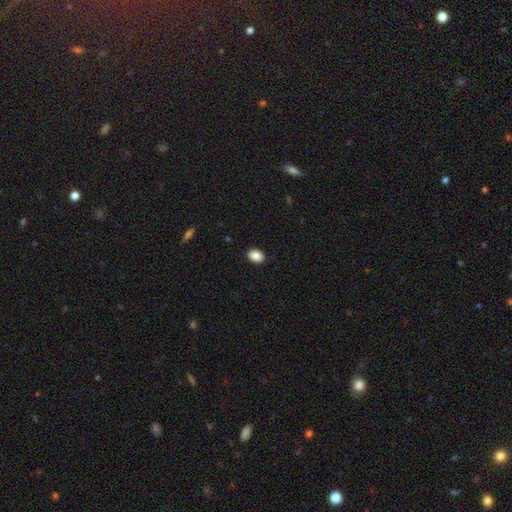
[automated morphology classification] smooth 88%, star or artifact 8%, featured or disk 4%. Down the decision tree: how rounded — in between (75%); merging — none (90%).